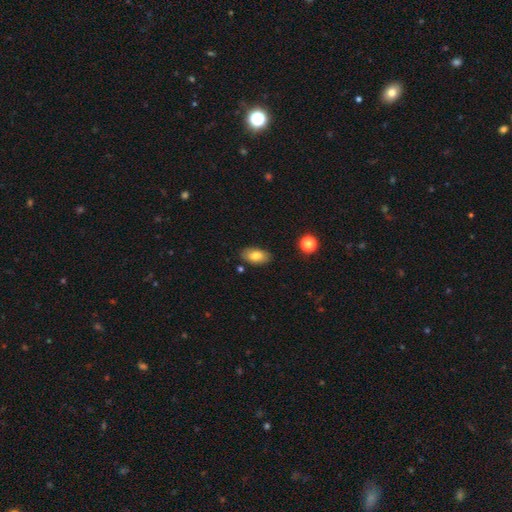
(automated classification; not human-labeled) smooth_or_featured: smooth (p=0.79) [alt: featured or disk p=0.13]
how_rounded: in between (p=0.92) [alt: round p=0.05]
merging: none (p=0.85) [alt: minor disturbance p=0.11]